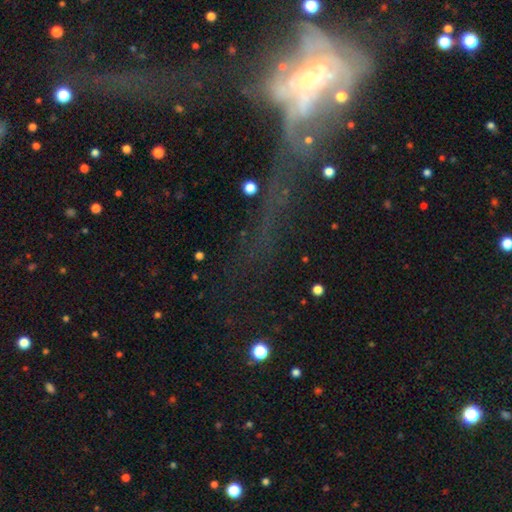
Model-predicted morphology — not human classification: Q: Smooth or featured?
A: featured or disk (47%); runner-up: star or artifact (33%)
Q: Merging?
A: major disturbance (36%); runner-up: none (32%)